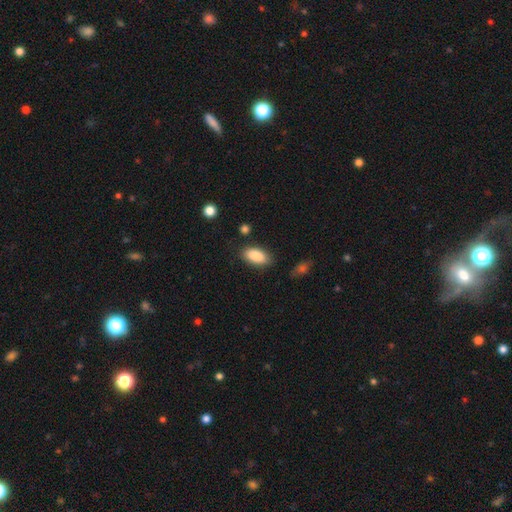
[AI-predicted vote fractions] This appears to be a smooth galaxy with no disk features (89%) that is in between round and cigar-shaped (92%). Merging: none (81%).